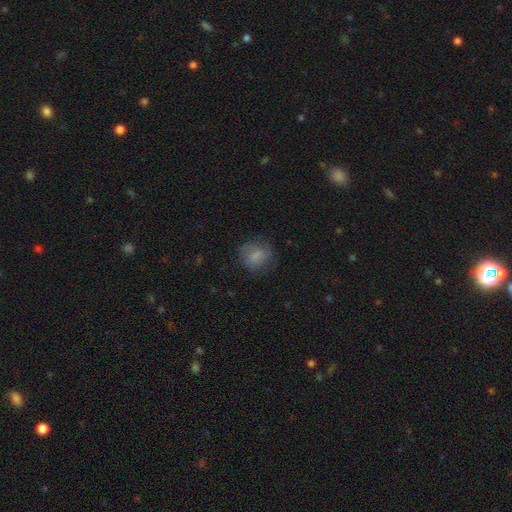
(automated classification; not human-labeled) Smooth or featured? Predicted: smooth (p=0.76). How rounded? Predicted: round (p=0.70). Merging? Predicted: none (p=0.66).